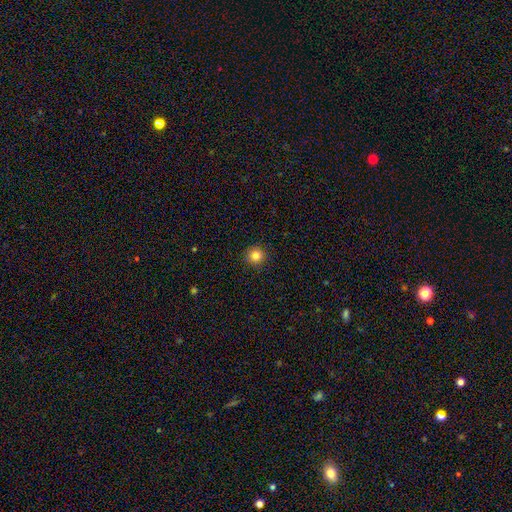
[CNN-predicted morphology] smooth_or_featured: smooth (p=0.83) [alt: star or artifact p=0.12]
how_rounded: round (p=0.94) [alt: in between p=0.05]
merging: none (p=0.92) [alt: minor disturbance p=0.05]